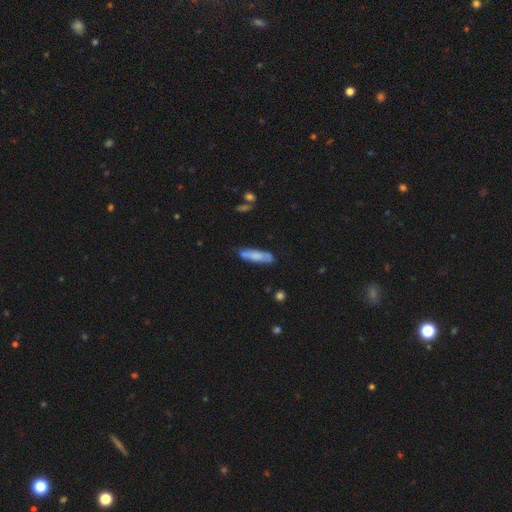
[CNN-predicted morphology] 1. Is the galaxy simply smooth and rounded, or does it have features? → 64% smooth, 29% featured or disk, 7% star or artifact.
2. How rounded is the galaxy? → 69% cigar-shaped, 30% in between, 2% round.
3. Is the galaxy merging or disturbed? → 66% none, 23% minor disturbance, 6% merger, 6% major disturbance.